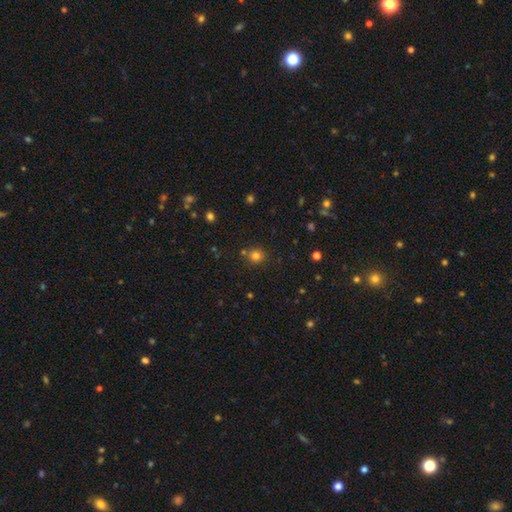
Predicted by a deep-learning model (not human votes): Smooth or featured? smooth (77%)
How rounded? round (89%)
Merging? none (74%)